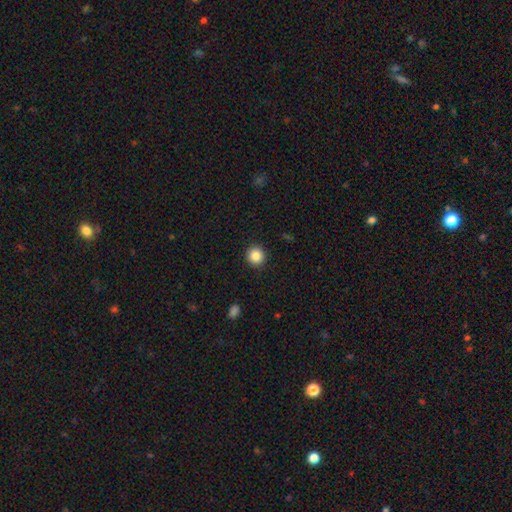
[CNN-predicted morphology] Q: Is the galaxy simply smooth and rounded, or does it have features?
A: smooth — 85%.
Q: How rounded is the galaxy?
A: round — 94%.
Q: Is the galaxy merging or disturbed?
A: none — 92%.